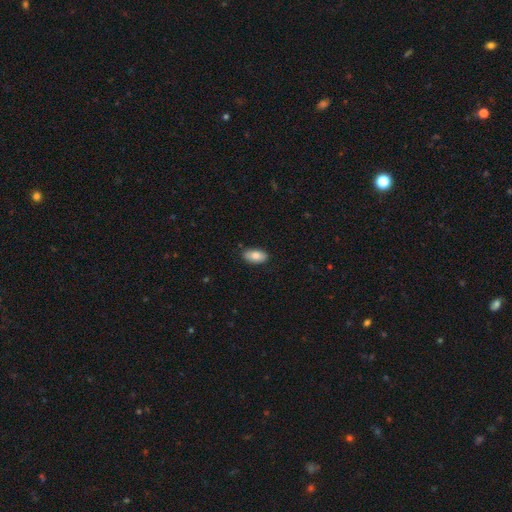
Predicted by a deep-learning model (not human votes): Smooth or featured? Predicted: smooth (p=0.85). How rounded? Predicted: in between (p=0.93). Merging? Predicted: none (p=0.86).